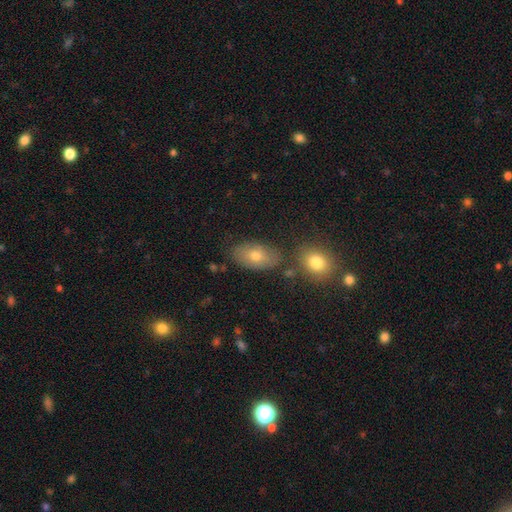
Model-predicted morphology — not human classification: Overall: smooth (70%). How rounded: in between (90%). Merging: none (73%).